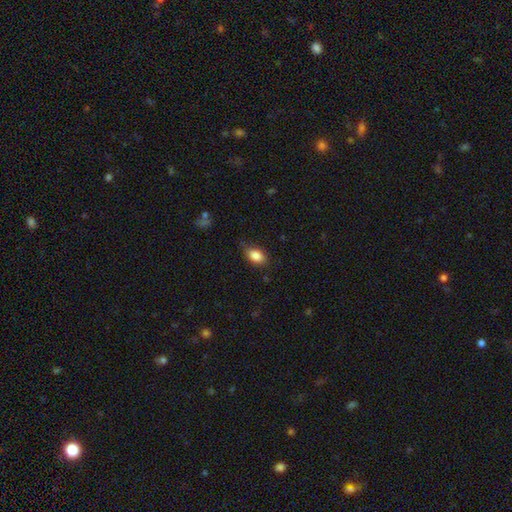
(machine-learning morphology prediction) smooth_or_featured: smooth (p=0.85) [alt: star or artifact p=0.08]
how_rounded: in between (p=0.85) [alt: round p=0.13]
merging: none (p=0.72) [alt: minor disturbance p=0.22]